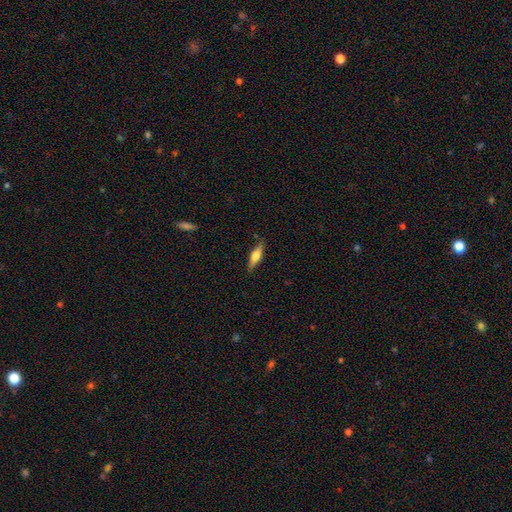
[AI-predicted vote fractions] smooth 54%, featured or disk 40%, star or artifact 6%. Down the decision tree: how rounded — cigar-shaped (59%); merging — none (85%).